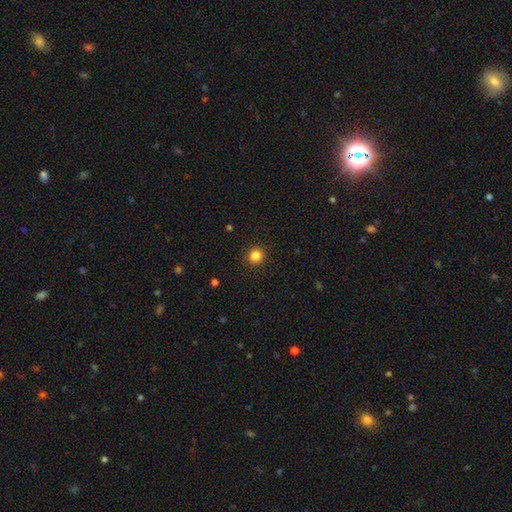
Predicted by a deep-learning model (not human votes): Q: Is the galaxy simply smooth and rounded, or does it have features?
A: smooth — 84%.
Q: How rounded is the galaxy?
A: round — 93%.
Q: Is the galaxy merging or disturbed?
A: none — 92%.